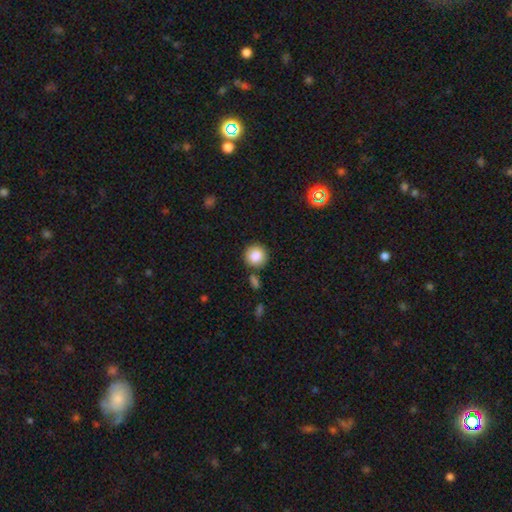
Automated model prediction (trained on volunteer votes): smooth-or-featured: smooth: 85% | star or artifact: 9% | featured or disk: 6%
  how-rounded: round: 94% | in between: 5% | cigar-shaped: 1%
  merging: none: 85% | minor disturbance: 8% | merger: 5% | major disturbance: 2%